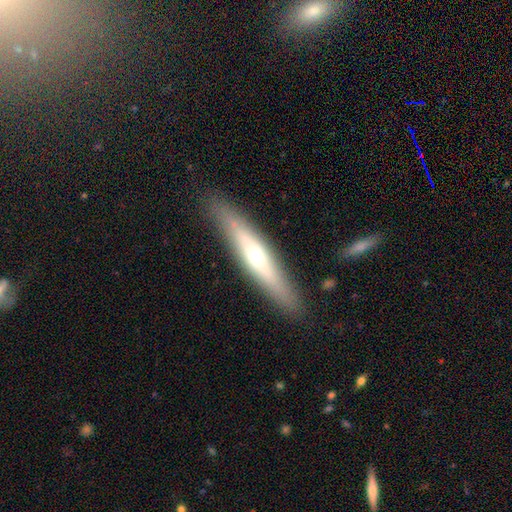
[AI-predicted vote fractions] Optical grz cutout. It shows a featured or disk galaxy (55%) viewed edge-on (82%). Merging: none (87%).